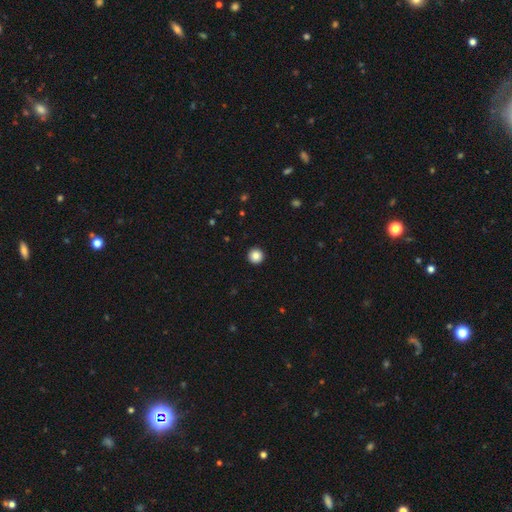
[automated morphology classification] Smooth or featured? Predicted: smooth (p=0.85). How rounded? Predicted: round (p=0.97). Merging? Predicted: none (p=0.94).